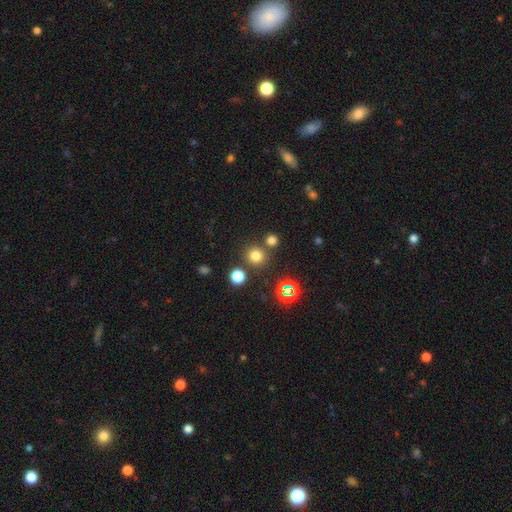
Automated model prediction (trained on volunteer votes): Smooth or featured? Predicted: smooth (p=0.73). How rounded? Predicted: round (p=0.93). Merging? Predicted: none (p=0.78).